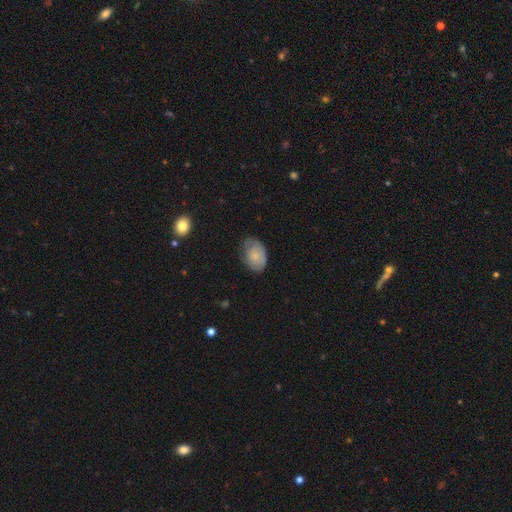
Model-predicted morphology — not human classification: smooth_or_featured: smooth (p=0.71) [alt: featured or disk p=0.22]
how_rounded: in between (p=0.87) [alt: round p=0.12]
merging: none (p=0.64) [alt: minor disturbance p=0.28]